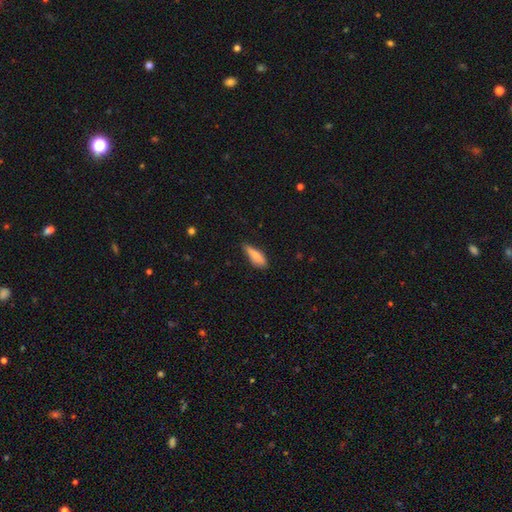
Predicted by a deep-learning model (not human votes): smooth-or-featured: smooth: 80% | featured or disk: 13% | star or artifact: 7%
  how-rounded: in between: 54% | cigar-shaped: 43% | round: 2%
  merging: none: 60% | minor disturbance: 33% | major disturbance: 6% | merger: 2%